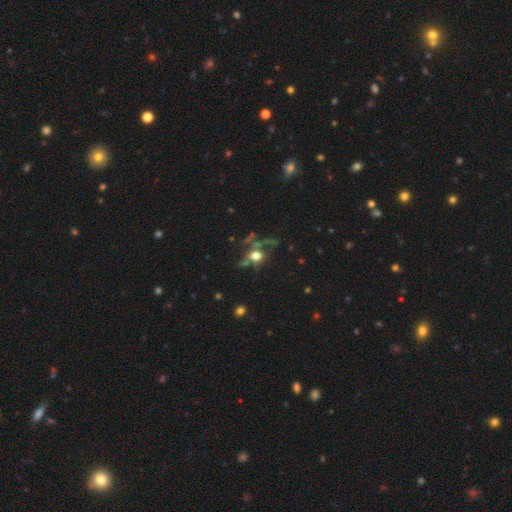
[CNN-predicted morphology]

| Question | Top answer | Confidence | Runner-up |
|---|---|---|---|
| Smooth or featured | smooth | 52% | featured or disk (28%) |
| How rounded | round | 73% | in between (24%) |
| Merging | none | 50% | major disturbance (20%) |